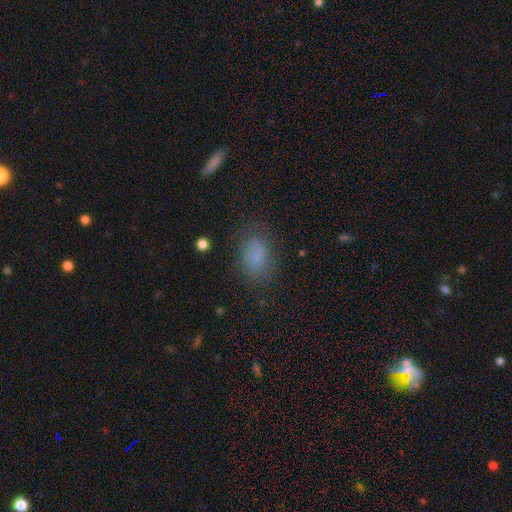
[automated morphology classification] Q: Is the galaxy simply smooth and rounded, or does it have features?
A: smooth — 81%.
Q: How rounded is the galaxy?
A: in between — 84%.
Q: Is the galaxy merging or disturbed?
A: none — 75%.